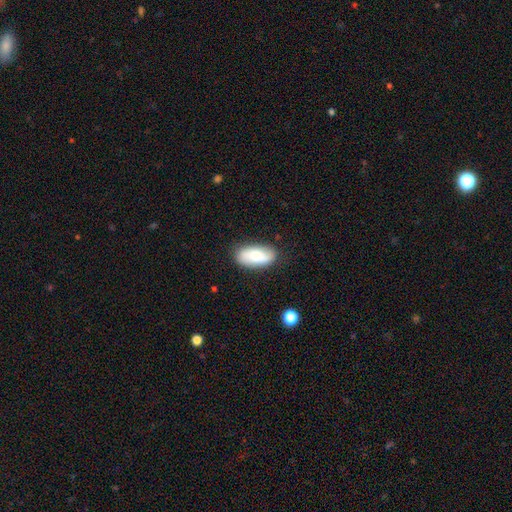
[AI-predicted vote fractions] A smooth galaxy with no disk features (66%) that is in between round and cigar-shaped (93%). Merging: none (83%).